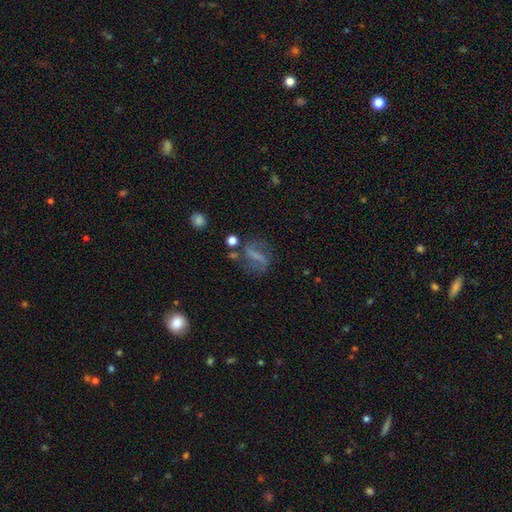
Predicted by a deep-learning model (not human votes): A featured or disk galaxy (63%) with a strong bar (55%), spiral arms (76%) and no central bulge (58%).

Vote fractions:
- Smooth or featured? featured or disk: 63% / smooth: 25% / star or artifact: 13%
- Edge-on disk? no: 94% / yes: 6%
- Bar? strong: 55% / weak: 28% / no: 16%
- Spiral arms? yes: 76% / no: 24%
- Bulge size? none: 58% / small: 27% / moderate: 11% / large: 3% / dominant: 1%
- Merging? none: 62% / minor disturbance: 18% / major disturbance: 14% / merger: 6%